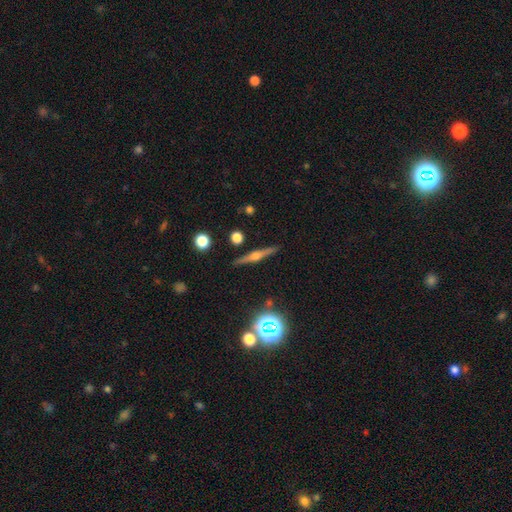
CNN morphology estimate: This is likely a featured or disk galaxy (73%). It is clearly viewed edge-on (98%). Edge-on bulge: clearly rounded (91%). Merging: clearly none (90%).